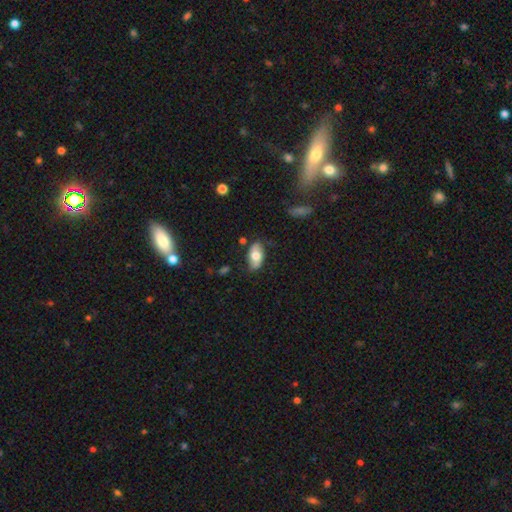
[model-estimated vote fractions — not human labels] smooth-or-featured: smooth: 62% | featured or disk: 32% | star or artifact: 6%
  how-rounded: in between: 93% | round: 5% | cigar-shaped: 3%
  merging: none: 74% | minor disturbance: 19% | major disturbance: 5% | merger: 2%